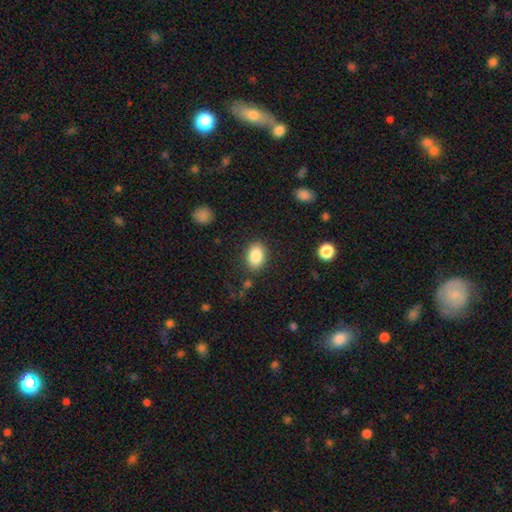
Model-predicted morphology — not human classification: Smooth or featured? Predicted: smooth (p=0.86). How rounded? Predicted: in between (p=0.80). Merging? Predicted: none (p=0.84).